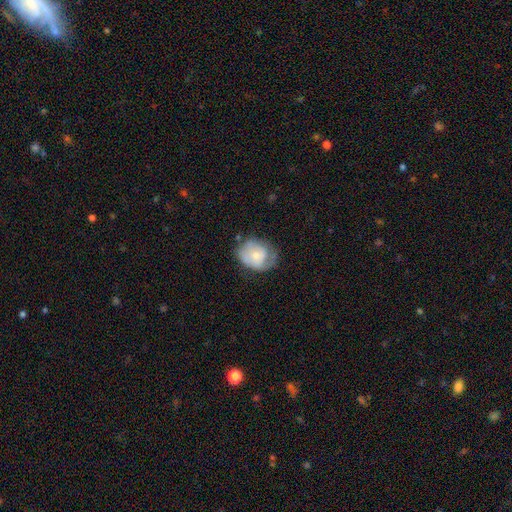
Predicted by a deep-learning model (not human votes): Overall: smooth (50%; featured or disk 43%). How rounded: round (51%; in between 48%). Merging: none (47%; minor disturbance 33%).